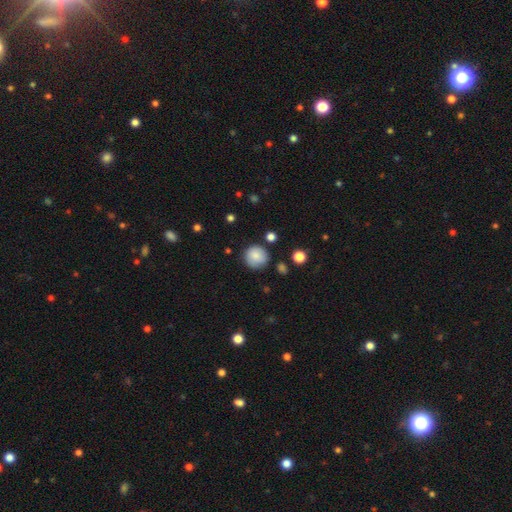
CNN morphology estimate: Smooth or featured?
  - smooth: 84% *
  - star or artifact: 8%
  - featured or disk: 8%
How rounded?
  - round: 93% *
  - in between: 7%
  - cigar-shaped: 1%
Merging?
  - none: 79% *
  - minor disturbance: 14%
  - major disturbance: 4%
  - merger: 3%